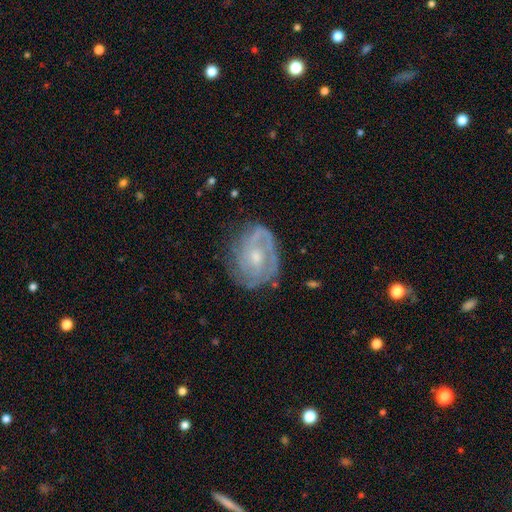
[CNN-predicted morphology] Smooth or featured?
  - featured or disk: 80% *
  - smooth: 14%
  - star or artifact: 7%
Edge-on disk?
  - no: 97% *
  - yes: 3%
Bar?
  - no: 68% *
  - weak: 27%
  - strong: 5%
Spiral arms?
  - yes: 89% *
  - no: 11%
Spiral winding?
  - tight: 60% *
  - medium: 30%
  - loose: 10%
Spiral arm count?
  - 2: 34% *
  - can't tell: 33%
  - 3: 15%
  - 1: 9%
  - 4: 5%
  - more than 4: 4%
Bulge size?
  - small: 49% *
  - moderate: 46%
  - none: 3%
  - large: 2%
  - dominant: 1%
Merging?
  - none: 68% *
  - minor disturbance: 21%
  - major disturbance: 9%
  - merger: 2%